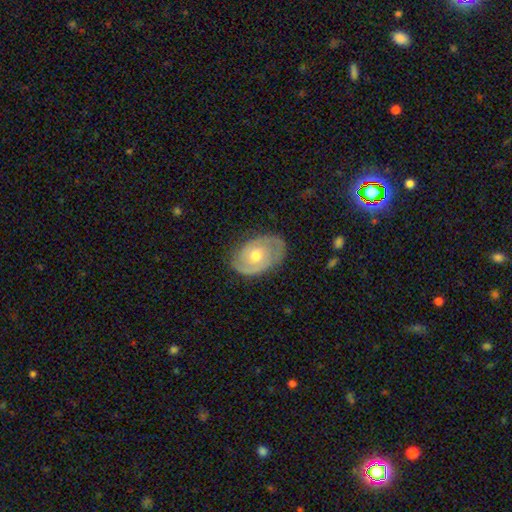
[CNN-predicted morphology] Overall: featured or disk (73%). Edge-on disk: no (95%). Bar: no (80%). Spiral arms: yes (81%). Spiral arm count: 2 (63%). Spiral winding: tight (59%; medium 31%). Bulge size: moderate (69%). Merging: none (77%).